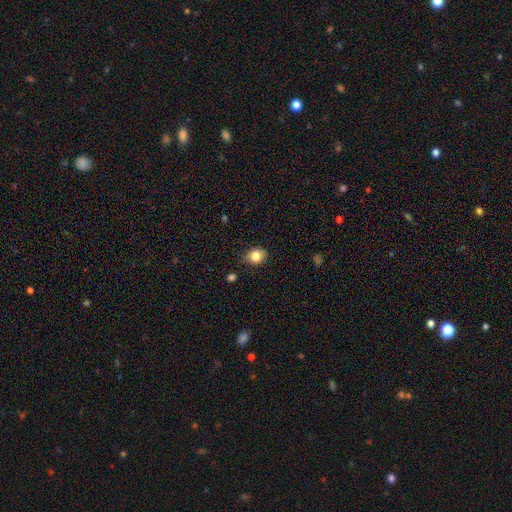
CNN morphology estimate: The model was most divided on "how rounded": round: 56%, in between: 43%, cigar-shaped: 1%. More confident: smooth or featured — smooth (81%); merging — none (76%).